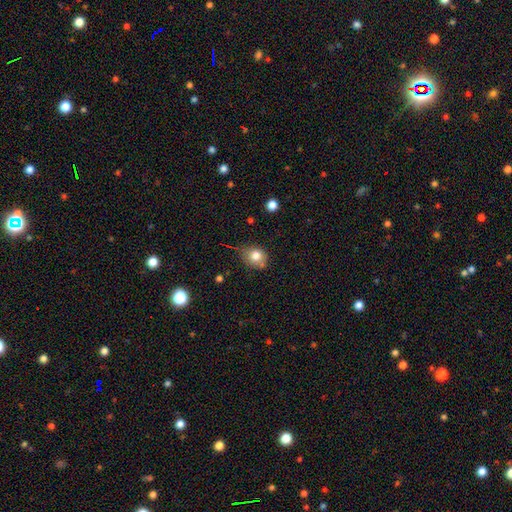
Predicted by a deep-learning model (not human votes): Smooth or featured? smooth (79%)
How rounded? round (62%)
Merging? none (59%)